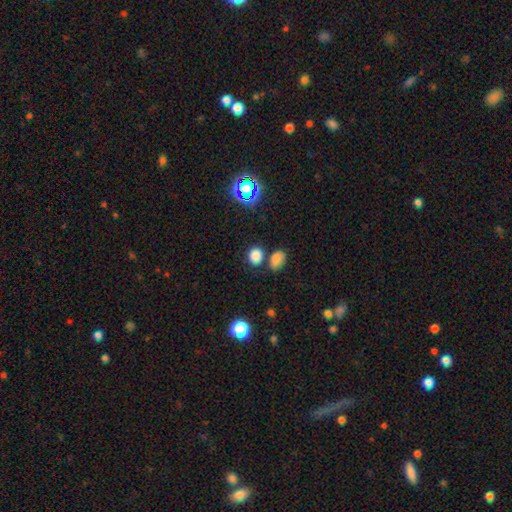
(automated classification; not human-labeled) Overall: smooth (79%). How rounded: round (56%; in between 43%). Merging: none (69%).